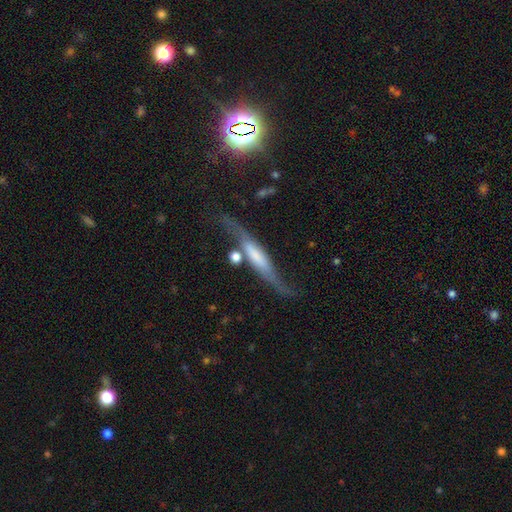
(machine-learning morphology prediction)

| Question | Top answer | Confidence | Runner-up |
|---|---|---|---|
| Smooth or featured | featured or disk | 68% | smooth (25%) |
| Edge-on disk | yes | 55% | no (45%) |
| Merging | none | 51% | minor disturbance (24%) |